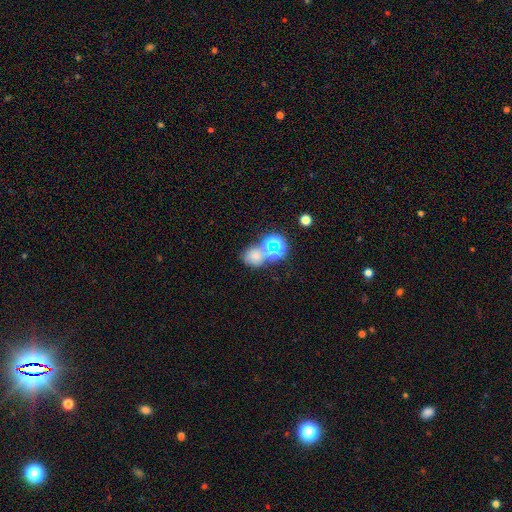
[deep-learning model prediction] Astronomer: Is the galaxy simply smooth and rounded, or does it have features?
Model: smooth — 59%.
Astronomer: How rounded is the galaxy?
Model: round — 63%.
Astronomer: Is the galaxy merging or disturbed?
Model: none — 48% (runner-up: merger, 33%).